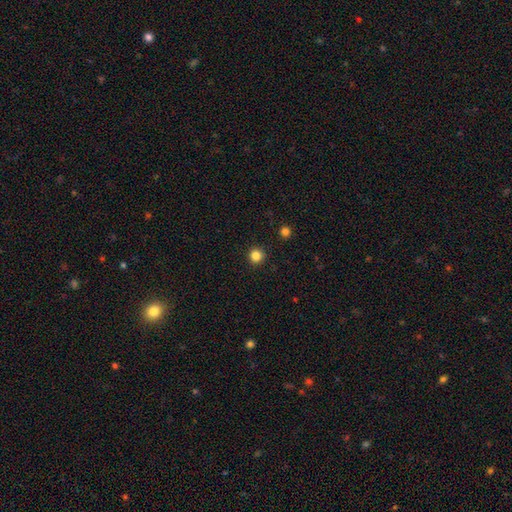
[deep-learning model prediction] Q: Smooth or featured?
A: smooth (84%); runner-up: star or artifact (12%)
Q: How rounded?
A: round (95%); runner-up: in between (4%)
Q: Merging?
A: none (93%); runner-up: minor disturbance (4%)